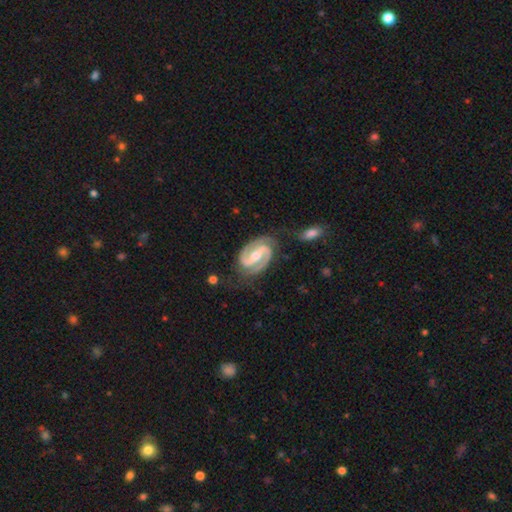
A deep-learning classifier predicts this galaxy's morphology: type=featured or disk (93%); edge-on=no (98%); bar=strong (62%); spiral arms=yes (98%); winding=medium (51%); arm count=2 (94%); bulge=moderate (57%); merging=none (77%).